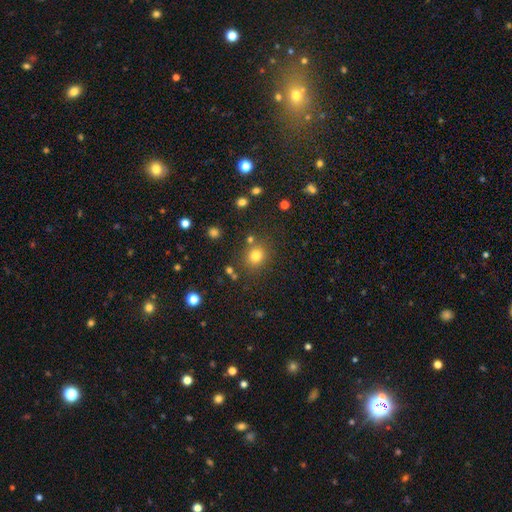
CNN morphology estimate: Overall: smooth (79%). How rounded: round (81%). Merging: none (79%).